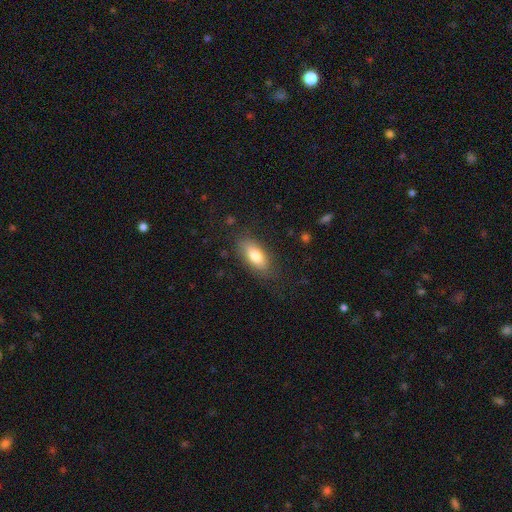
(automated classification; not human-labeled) smooth 77%, featured or disk 16%, star or artifact 7%. Down the decision tree: how rounded — in between (84%); merging — none (81%).